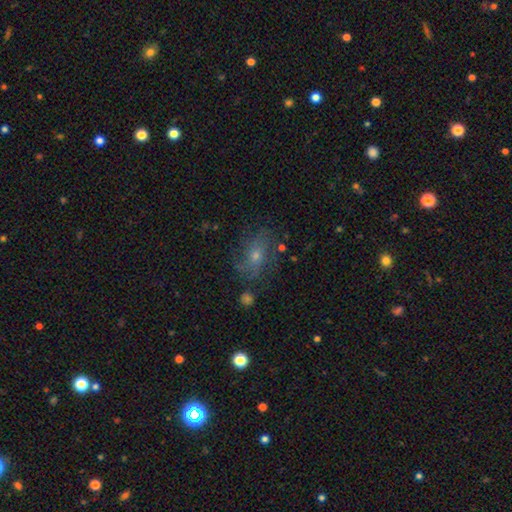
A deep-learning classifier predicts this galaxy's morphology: A featured or disk galaxy (54%) with no bar (75%), spiral arms (74%) and a small central bulge (52%).

Vote fractions:
- Smooth or featured? featured or disk: 54% / smooth: 31% / star or artifact: 15%
- Edge-on disk? no: 93% / yes: 7%
- Bar? no: 75% / weak: 21% / strong: 4%
- Spiral arms? yes: 74% / no: 26%
- Bulge size? small: 52% / moderate: 41% / large: 3% / none: 3% / dominant: 1%
- Merging? none: 64% / minor disturbance: 20% / major disturbance: 13% / merger: 3%